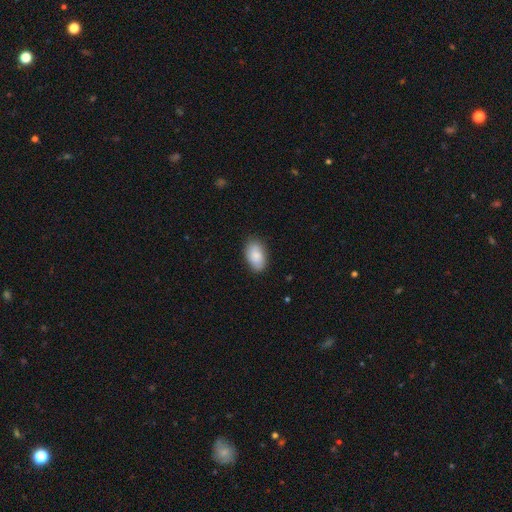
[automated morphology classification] smooth 85%, featured or disk 9%, star or artifact 6%. Down the decision tree: how rounded — in between (93%); merging — none (82%).